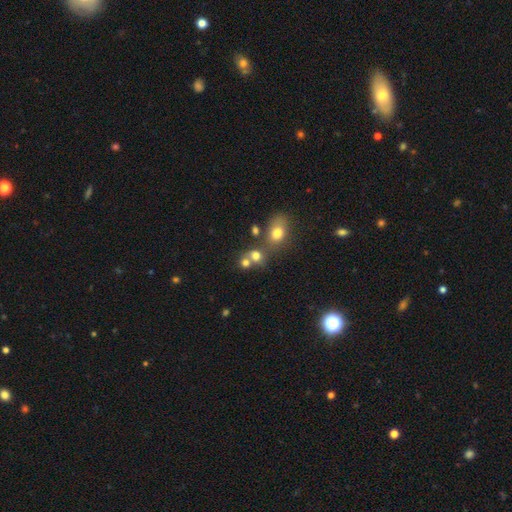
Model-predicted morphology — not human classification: The model was most divided on "merging": merger: 46%, none: 40%, minor disturbance: 9%, major disturbance: 5%. More confident: smooth or featured — smooth (72%); how rounded — round (70%).